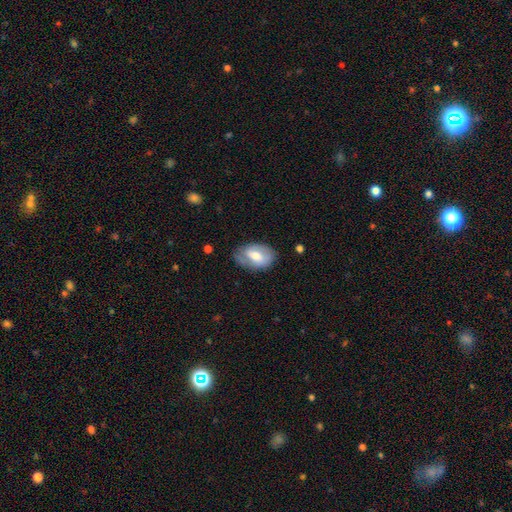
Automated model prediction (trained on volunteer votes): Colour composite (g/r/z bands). It shows a smooth galaxy with no disk features (55%) that is in between round and cigar-shaped (86%). Merging: none (65%).